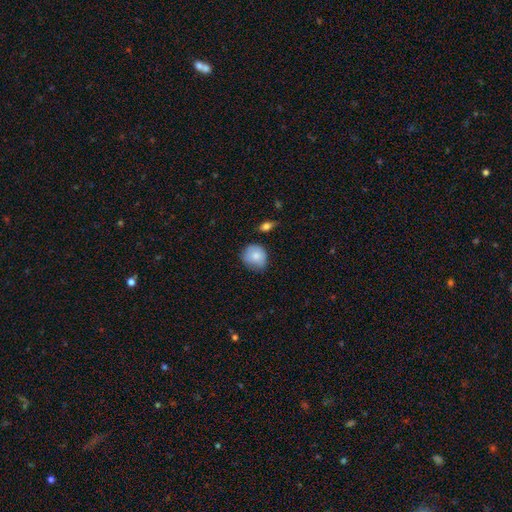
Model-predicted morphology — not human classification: smooth 82%, featured or disk 11%, star or artifact 7%. Down the decision tree: how rounded — round (81%); merging — none (65%).